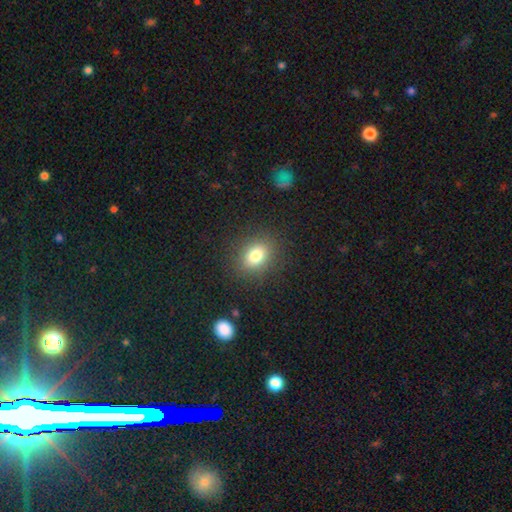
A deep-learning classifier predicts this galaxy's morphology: A smooth galaxy with no disk features (79%) that is in between round and cigar-shaped (53%).

Vote fractions:
- Smooth or featured? smooth: 79% / star or artifact: 12% / featured or disk: 9%
- How rounded? in between: 53% / round: 45% / cigar-shaped: 1%
- Merging? none: 86% / minor disturbance: 9% / major disturbance: 4% / merger: 1%